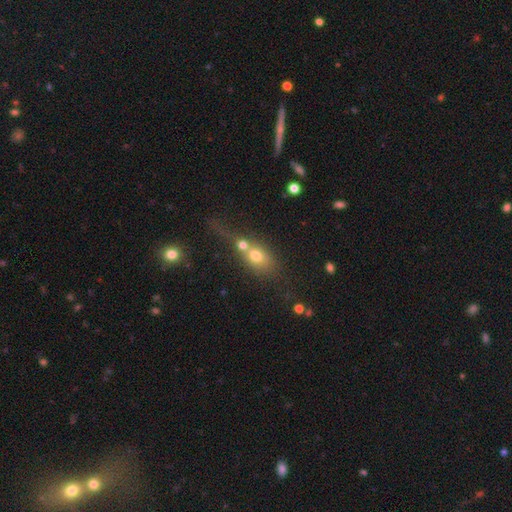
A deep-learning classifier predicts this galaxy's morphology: This appears to be a smooth galaxy with no disk features (65%) that is in between round and cigar-shaped (50%). Merging: merger (57%).